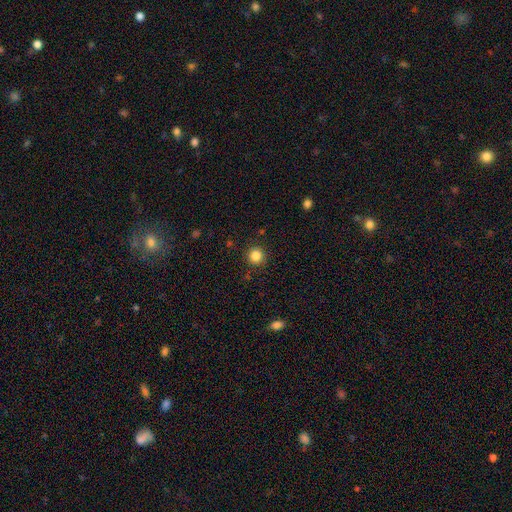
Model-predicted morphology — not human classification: Smooth or featured: smooth — 84% (star or artifact — 12%)
How rounded: round — 94% (in between — 5%)
Merging: none — 91% (minor disturbance — 6%)